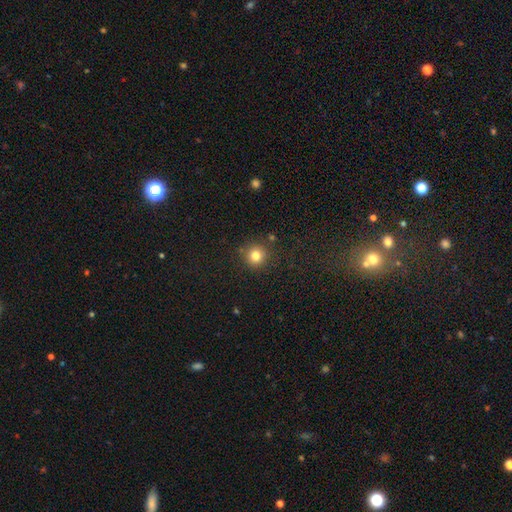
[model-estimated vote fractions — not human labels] The model was most divided on "smooth or featured": smooth: 80%, star or artifact: 13%, featured or disk: 6%. More confident: how rounded — round (94%); merging — none (87%).